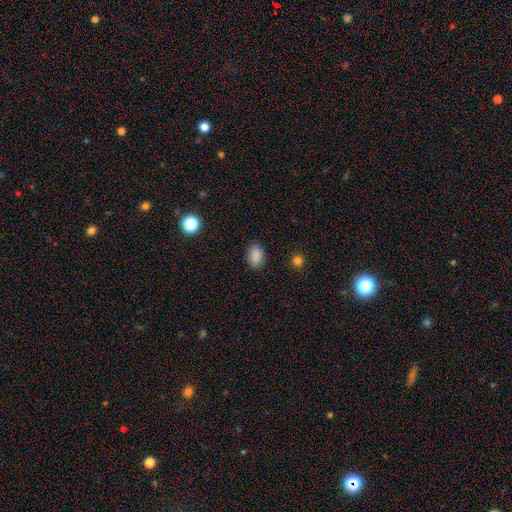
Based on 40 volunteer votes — Q: Smooth or featured?
A: smooth (82%); runner-up: star or artifact (10%)
Q: How rounded?
A: in between (82%); runner-up: round (18%)
Q: Merging?
A: none (83%); runner-up: minor disturbance (11%)